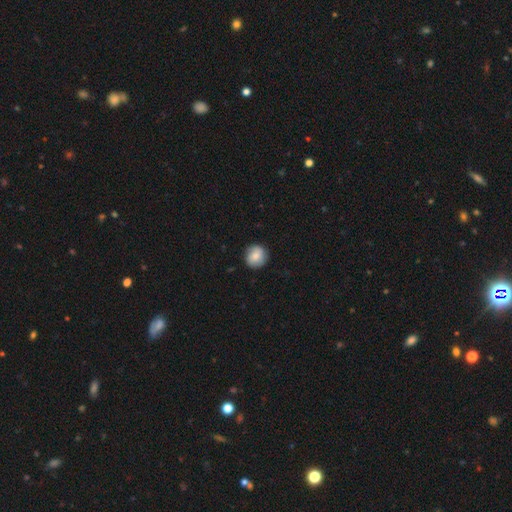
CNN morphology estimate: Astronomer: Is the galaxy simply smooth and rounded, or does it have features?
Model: smooth — 75%.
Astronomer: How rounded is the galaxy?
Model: round — 90%.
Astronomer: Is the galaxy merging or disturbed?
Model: none — 85%.